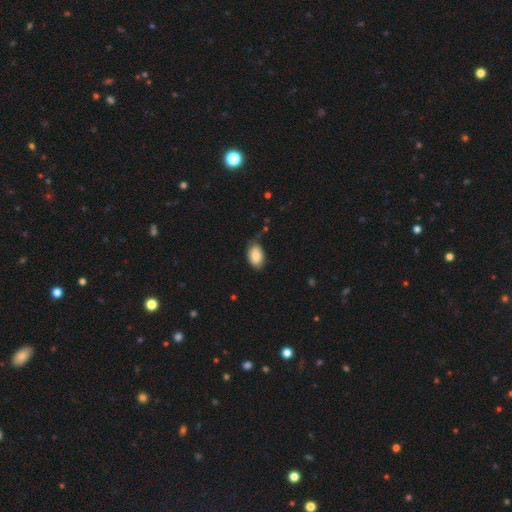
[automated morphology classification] This appears to be a smooth galaxy with no disk features (83%) that is in between round and cigar-shaped (89%). Merging: none (64%).